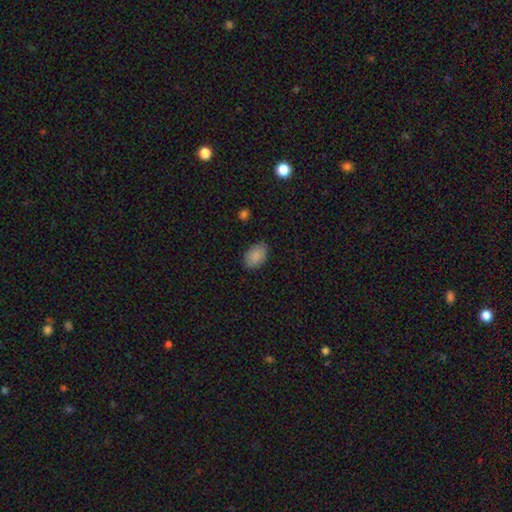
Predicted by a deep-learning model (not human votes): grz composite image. It shows a smooth galaxy with no disk features (88%) that is in between round and cigar-shaped (89%). Merging: none (84%).